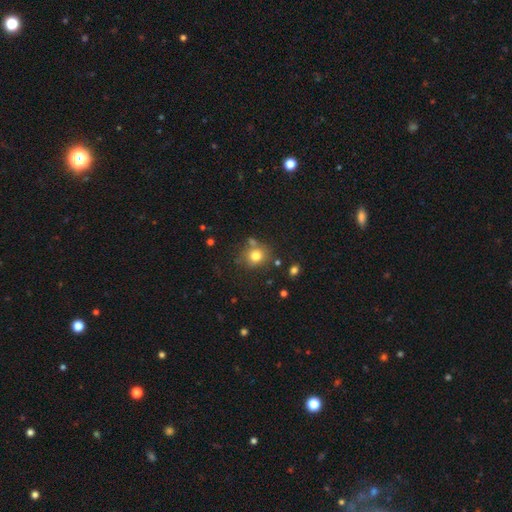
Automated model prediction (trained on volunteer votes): Overall: smooth (77%). How rounded: round (81%). Merging: none (71%).